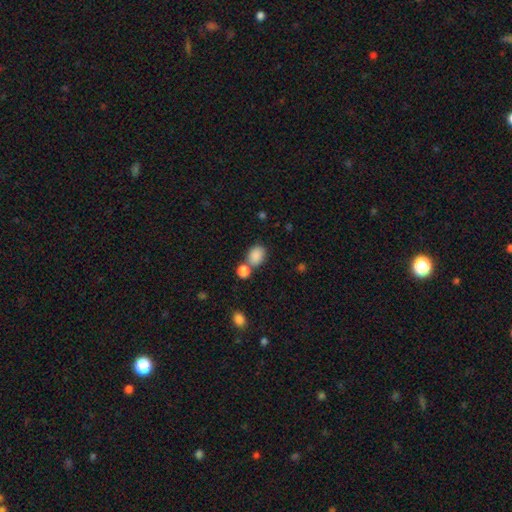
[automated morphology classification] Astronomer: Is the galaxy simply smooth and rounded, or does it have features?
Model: smooth — 87%.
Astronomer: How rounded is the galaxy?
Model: in between — 68%.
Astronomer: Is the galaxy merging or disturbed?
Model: none — 52% (runner-up: merger, 32%).